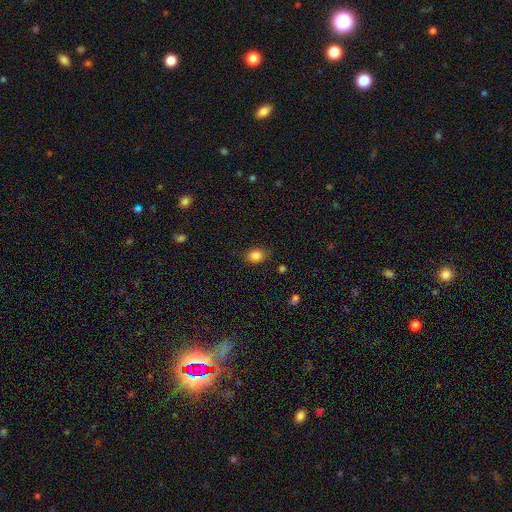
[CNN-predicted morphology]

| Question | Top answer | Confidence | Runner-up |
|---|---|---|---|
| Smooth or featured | smooth | 84% | star or artifact (11%) |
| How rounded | round | 52% | in between (47%) |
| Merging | none | 83% | minor disturbance (13%) |